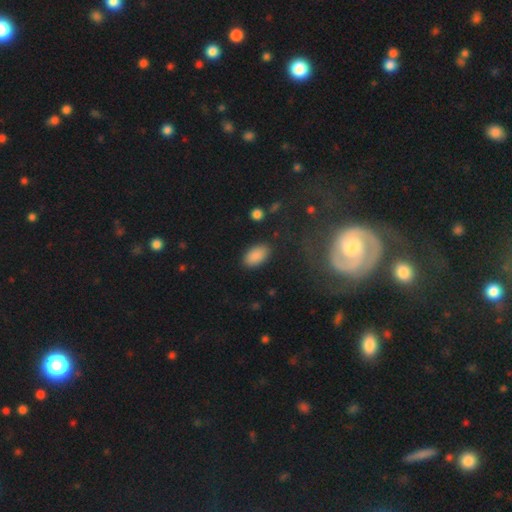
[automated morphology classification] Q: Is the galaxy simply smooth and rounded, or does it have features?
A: smooth — 89%.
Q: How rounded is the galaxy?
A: in between — 94%.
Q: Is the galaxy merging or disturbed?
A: none — 87%.